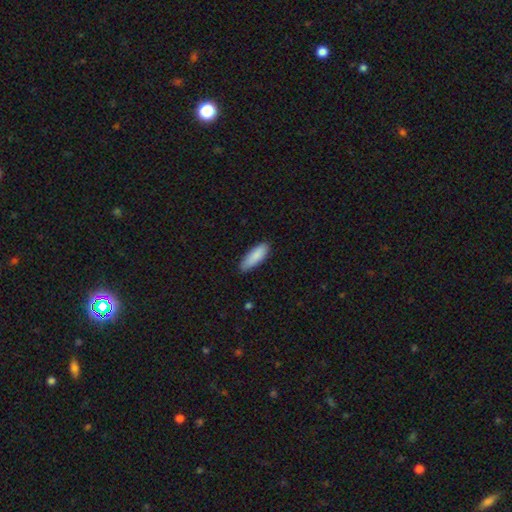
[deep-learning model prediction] This is clearly a smooth galaxy (88%). How rounded: likely in between (62%). Merging: clearly none (83%).